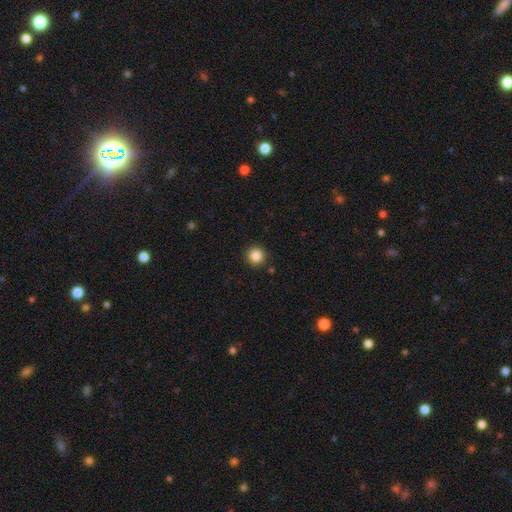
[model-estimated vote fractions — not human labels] Smooth or featured?
  - smooth: 86% *
  - star or artifact: 10%
  - featured or disk: 4%
How rounded?
  - round: 96% *
  - in between: 3%
  - cigar-shaped: 1%
Merging?
  - none: 92% *
  - minor disturbance: 5%
  - major disturbance: 2%
  - merger: 1%